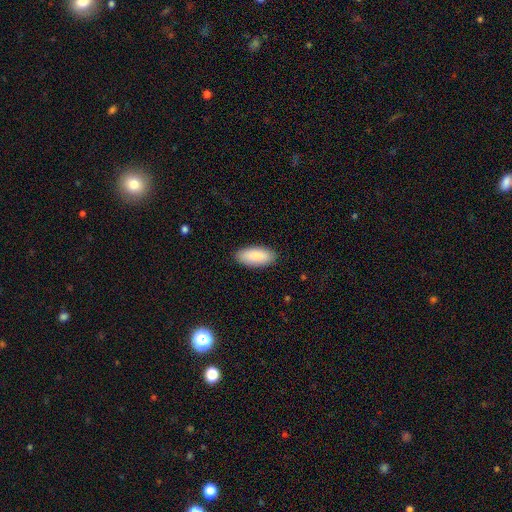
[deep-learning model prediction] Morphology: type=smooth (88%); roundness=in between (86%); merging=none (89%).